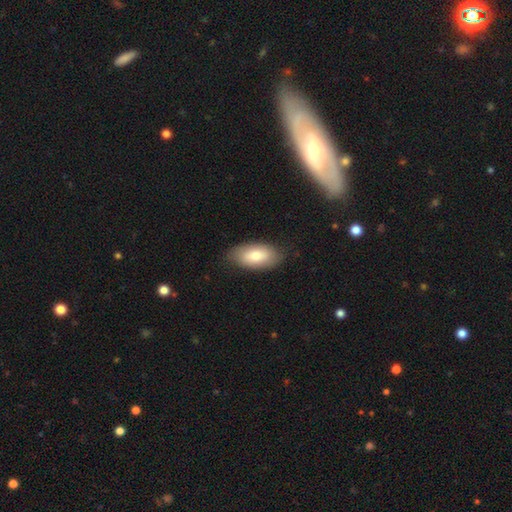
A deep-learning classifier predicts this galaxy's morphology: Overall: smooth (76%). How rounded: in between (93%). Merging: none (82%).